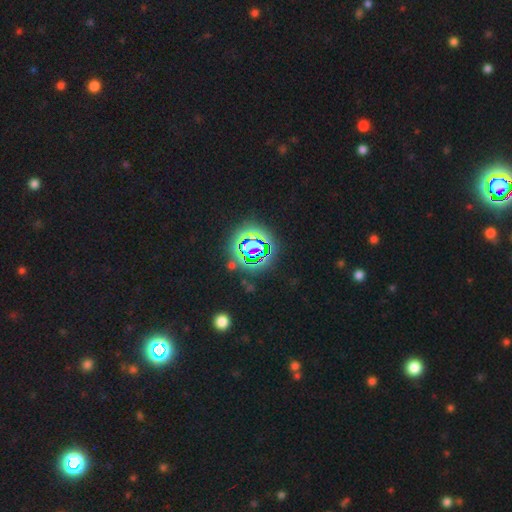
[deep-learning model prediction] Q: Smooth or featured?
A: star or artifact (77%); runner-up: smooth (14%)